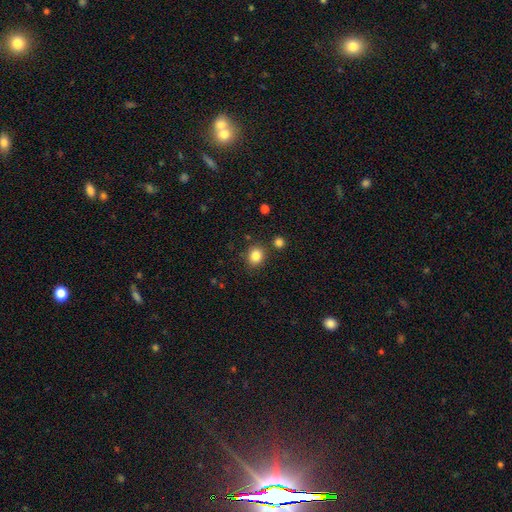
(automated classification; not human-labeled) Smooth or featured? smooth (85%)
How rounded? round (67%)
Merging? none (83%)